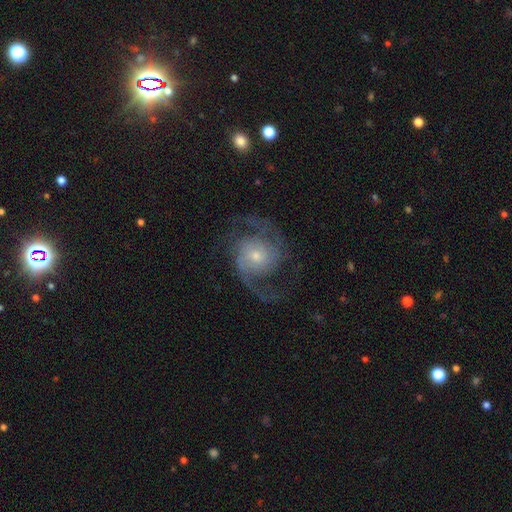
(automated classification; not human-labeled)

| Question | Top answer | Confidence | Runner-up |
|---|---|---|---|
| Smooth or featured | featured or disk | 89% | smooth (6%) |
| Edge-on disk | no | 98% | yes (2%) |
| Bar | no | 66% | weak (27%) |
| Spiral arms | yes | 98% | no (2%) |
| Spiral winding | medium | 56% | loose (26%) |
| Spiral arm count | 2 | 88% | 3 (4%) |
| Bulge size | small | 59% | moderate (33%) |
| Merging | none | 74% | minor disturbance (14%) |